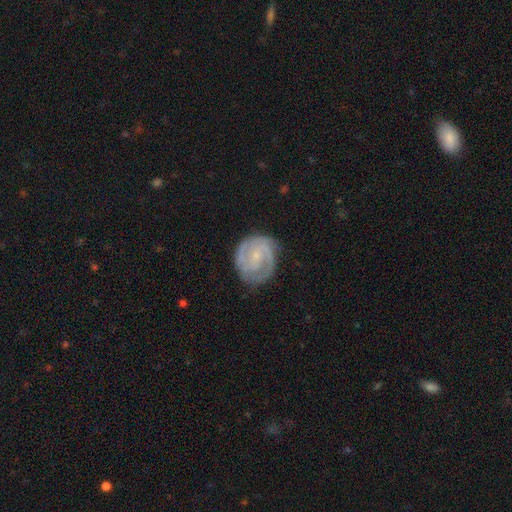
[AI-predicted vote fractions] Q: Smooth or featured?
A: featured or disk (80%); runner-up: smooth (14%)
Q: Edge-on disk?
A: no (98%); runner-up: yes (2%)
Q: Bar?
A: no (57%); runner-up: weak (36%)
Q: Spiral arms?
A: yes (95%); runner-up: no (5%)
Q: Spiral winding?
A: tight (56%); runner-up: medium (36%)
Q: Spiral arm count?
A: 2 (55%); runner-up: 3 (18%)
Q: Bulge size?
A: small (73%); runner-up: moderate (17%)
Q: Merging?
A: none (76%); runner-up: minor disturbance (17%)